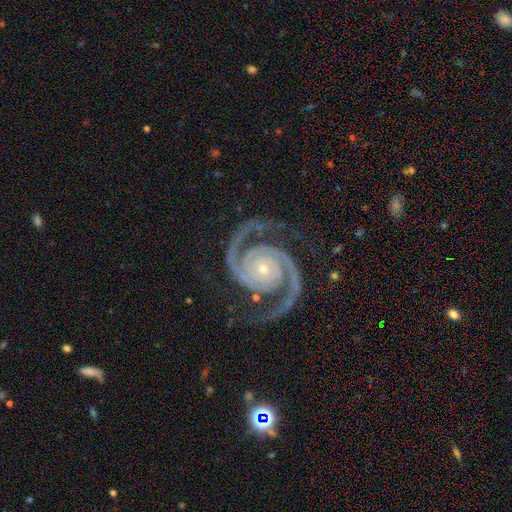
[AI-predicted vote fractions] A featured or disk galaxy (94%) with no bar (73%), 2 (93%) tight (51%) spiral arms (99%) and a small central bulge (75%).

Vote fractions:
- Smooth or featured? featured or disk: 94% / star or artifact: 4% / smooth: 2%
- Edge-on disk? no: 98% / yes: 2%
- Bar? no: 73% / weak: 16% / strong: 11%
- Spiral arms? yes: 99% / no: 1%
- Spiral winding? tight: 51% / medium: 44% / loose: 5%
- Spiral arm count? 2: 93% / 3: 2% / can't tell: 1% / 4: 1% / 1: 1% / more than 4: 1%
- Bulge size? small: 75% / moderate: 21% / large: 2% / none: 2% / dominant: 1%
- Merging? none: 83% / minor disturbance: 11% / major disturbance: 4% / merger: 1%